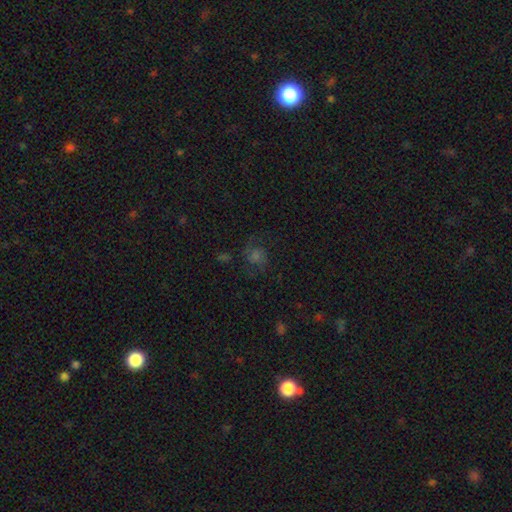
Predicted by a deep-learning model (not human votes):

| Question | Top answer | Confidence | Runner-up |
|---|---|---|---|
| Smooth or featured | featured or disk | 49% | smooth (27%) |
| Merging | none | 66% | minor disturbance (17%) |